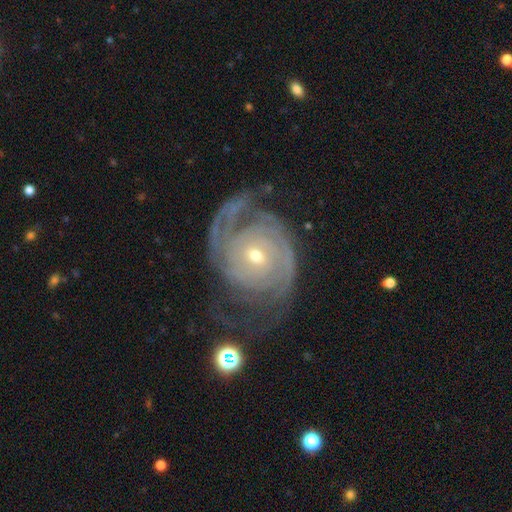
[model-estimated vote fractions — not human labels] Smooth or featured? Predicted: featured or disk (p=0.90). Edge-on disk? Predicted: no (p=0.97). Bar? Predicted: no (p=0.69). Spiral arms? Predicted: yes (p=0.97). Spiral winding? Predicted: tight (p=0.67). Spiral arm count? Predicted: 2 (p=0.48). Bulge size? Predicted: small (p=0.58). Merging? Predicted: none (p=0.65).